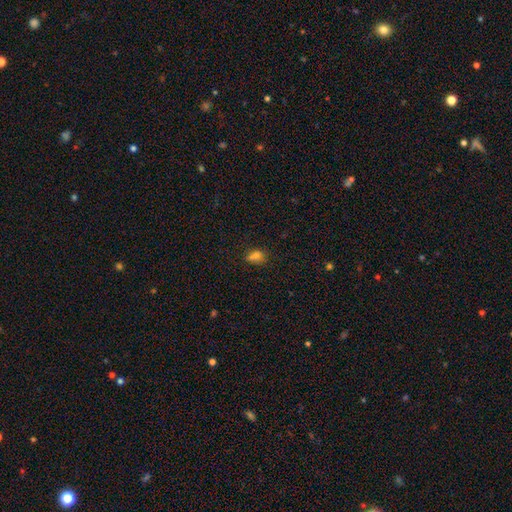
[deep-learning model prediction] A smooth galaxy with no disk features (70%) that is in between round and cigar-shaped (51%). Merging: none (52%).